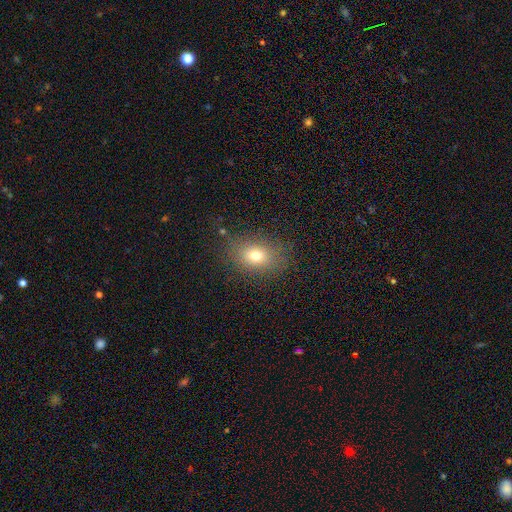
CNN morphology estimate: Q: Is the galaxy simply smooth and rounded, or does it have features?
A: smooth — 74%.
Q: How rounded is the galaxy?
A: in between — 65%.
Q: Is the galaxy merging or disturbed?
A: none — 82%.